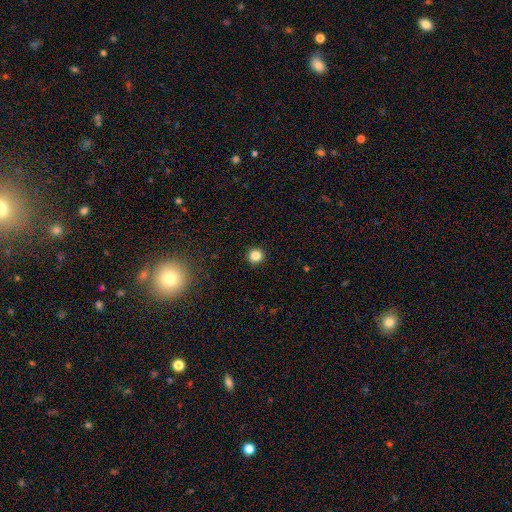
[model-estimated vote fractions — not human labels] The model was most divided on "smooth or featured": smooth: 84%, star or artifact: 12%, featured or disk: 4%. More confident: how rounded — round (95%); merging — none (93%).